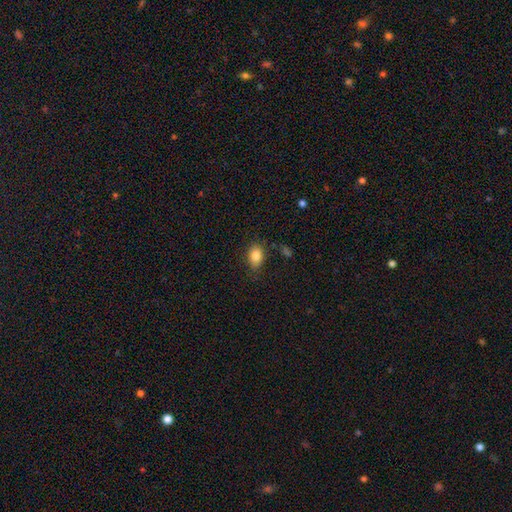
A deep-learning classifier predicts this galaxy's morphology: Smooth or featured: smooth — 84% (star or artifact — 9%)
How rounded: in between — 79% (round — 19%)
Merging: none — 79% (minor disturbance — 15%)